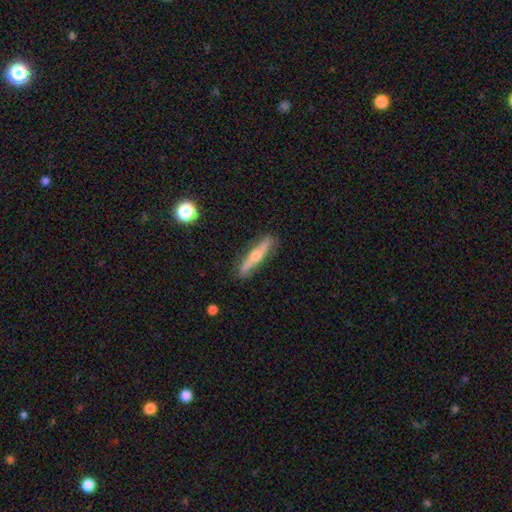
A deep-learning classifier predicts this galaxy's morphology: Smooth or featured: featured or disk — 59% (smooth — 35%)
Edge-on disk: yes — 86% (no — 14%)
Edge-on bulge: rounded — 89% (none — 8%)
Merging: none — 84% (minor disturbance — 12%)